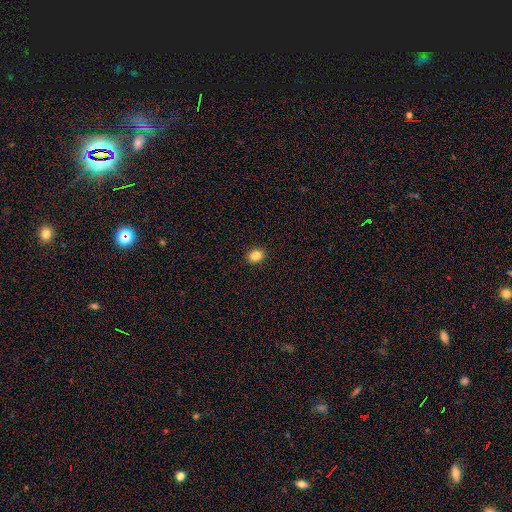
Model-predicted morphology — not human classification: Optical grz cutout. It shows a smooth galaxy with no disk features (85%) that is round (56%). Merging: none (91%).